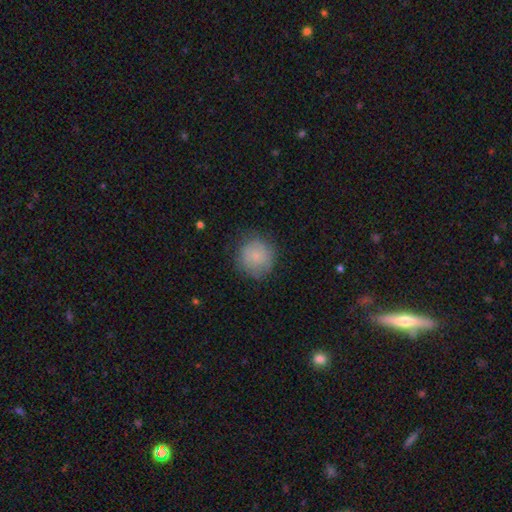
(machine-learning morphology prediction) This appears to be a smooth galaxy with no disk features (78%) that is round (92%). Merging: none (76%).